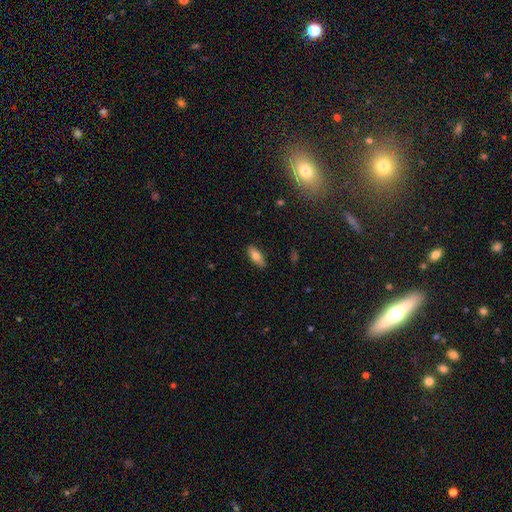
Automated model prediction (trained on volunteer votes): smooth_or_featured: smooth (p=0.77) [alt: featured or disk p=0.16]
how_rounded: in between (p=0.79) [alt: cigar-shaped p=0.19]
merging: none (p=0.87) [alt: minor disturbance p=0.10]